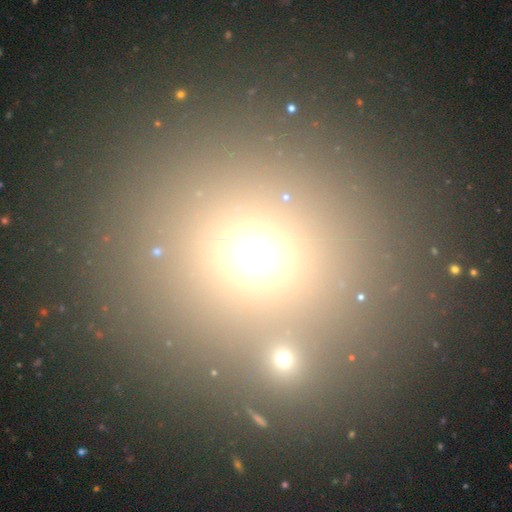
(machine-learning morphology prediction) This appears to be a smooth galaxy with no disk features (63%) that is round (85%). Merging: none (68%).